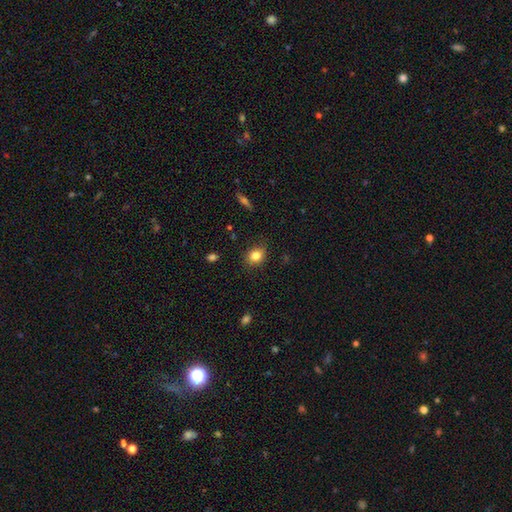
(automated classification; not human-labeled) The model was most divided on "how rounded": round: 58%, in between: 41%, cigar-shaped: 1%. More confident: merging — none (85%); smooth or featured — smooth (82%).